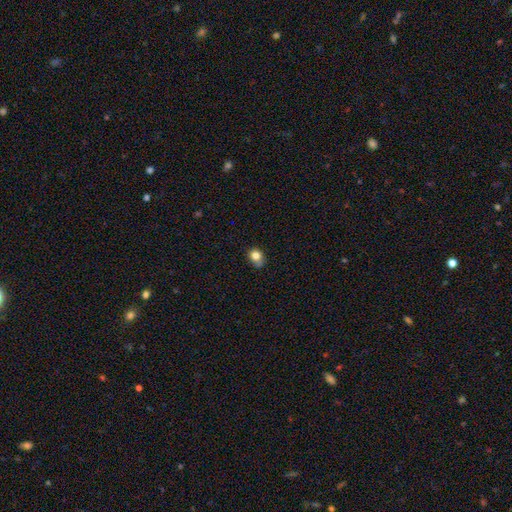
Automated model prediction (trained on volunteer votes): smooth-or-featured: smooth: 80% | star or artifact: 11% | featured or disk: 9%
  how-rounded: round: 59% | in between: 40% | cigar-shaped: 1%
  merging: none: 58% | minor disturbance: 32% | major disturbance: 8% | merger: 3%